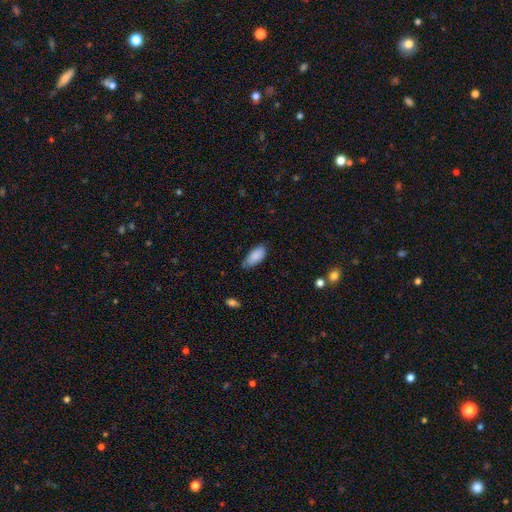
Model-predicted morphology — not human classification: Smooth or featured?
  - smooth: 87% *
  - featured or disk: 7%
  - star or artifact: 6%
How rounded?
  - in between: 89% *
  - cigar-shaped: 9%
  - round: 2%
Merging?
  - none: 64% *
  - minor disturbance: 30%
  - major disturbance: 4%
  - merger: 2%